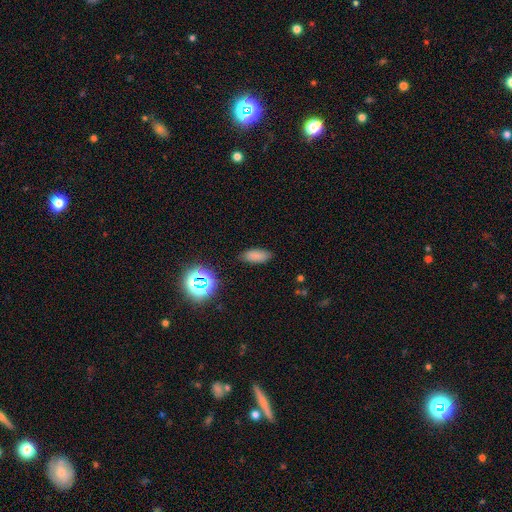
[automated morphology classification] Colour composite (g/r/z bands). It shows a smooth galaxy with no disk features (79%) that is in between round and cigar-shaped (82%). Merging: none (85%).